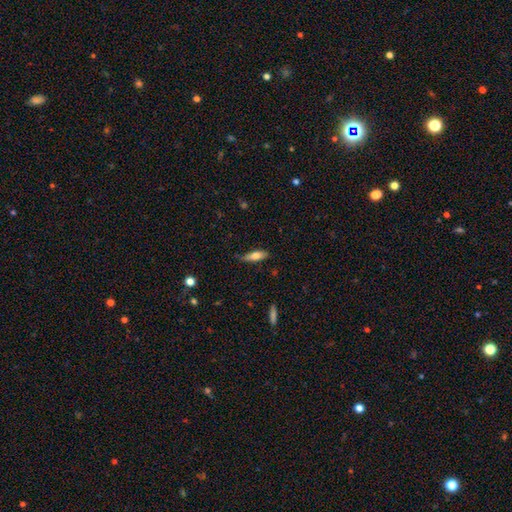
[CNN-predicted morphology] smooth 68%, featured or disk 26%, star or artifact 6%. Down the decision tree: how rounded — in between (49%); merging — none (65%).